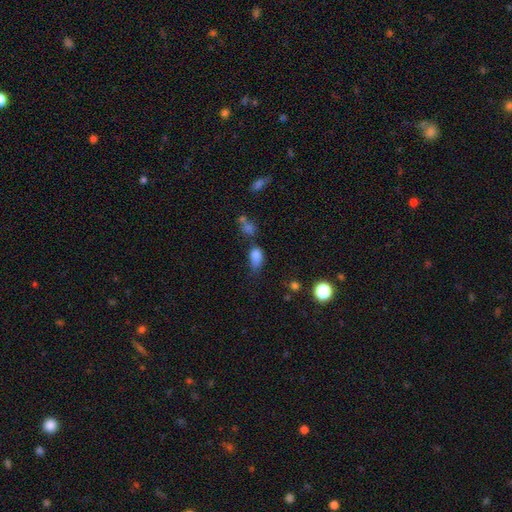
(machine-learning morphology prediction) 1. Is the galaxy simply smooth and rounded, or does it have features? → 79% smooth, 13% star or artifact, 8% featured or disk.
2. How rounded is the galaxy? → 85% in between, 11% round, 4% cigar-shaped.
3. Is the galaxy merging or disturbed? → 36% none, 33% minor disturbance, 17% major disturbance, 13% merger.